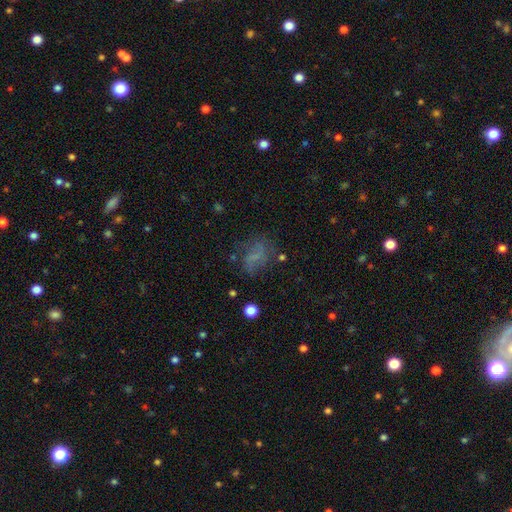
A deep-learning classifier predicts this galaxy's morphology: A smooth galaxy with no disk features (45%).

Vote fractions:
- Smooth or featured? smooth: 45% / featured or disk: 35% / star or artifact: 19%
- Merging? none: 53% / minor disturbance: 22% / major disturbance: 21% / merger: 4%